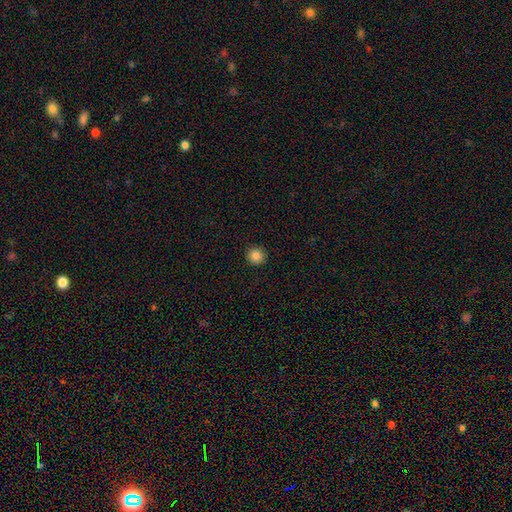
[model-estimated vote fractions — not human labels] A smooth galaxy with no disk features (85%) that is round (94%).

Vote fractions:
- Smooth or featured? smooth: 85% / star or artifact: 10% / featured or disk: 4%
- How rounded? round: 94% / in between: 5% / cigar-shaped: 1%
- Merging? none: 93% / minor disturbance: 5% / major disturbance: 2% / merger: 1%